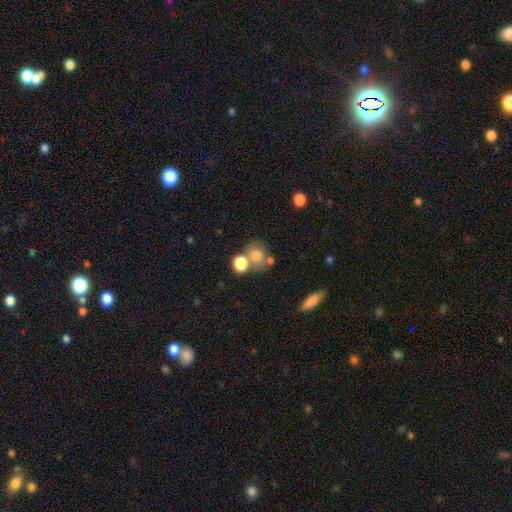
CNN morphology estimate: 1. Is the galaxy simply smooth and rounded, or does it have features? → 75% smooth, 13% featured or disk, 11% star or artifact.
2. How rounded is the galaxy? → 60% round, 39% in between, 1% cigar-shaped.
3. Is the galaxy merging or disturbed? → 48% none, 33% merger, 13% minor disturbance, 6% major disturbance.